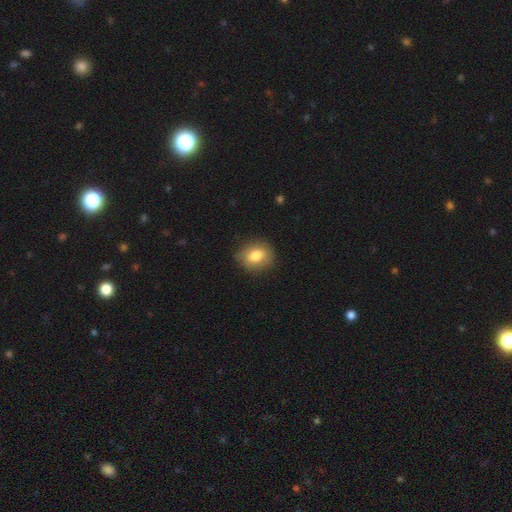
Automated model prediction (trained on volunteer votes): smooth-or-featured: smooth: 81% | featured or disk: 11% | star or artifact: 8%
  how-rounded: round: 57% | in between: 41% | cigar-shaped: 1%
  merging: none: 83% | minor disturbance: 13% | major disturbance: 3% | merger: 1%